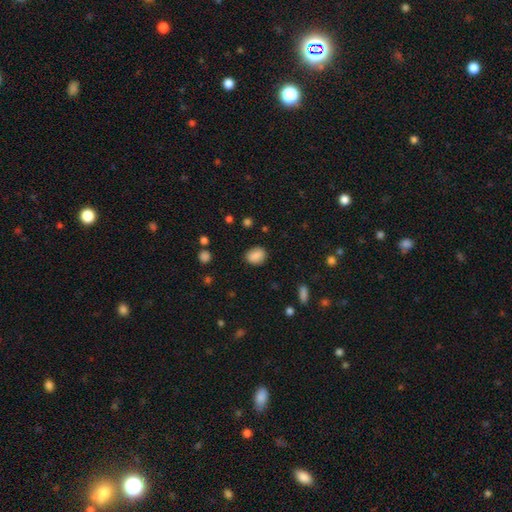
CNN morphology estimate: The model was most divided on "how rounded": in between: 59%, round: 40%, cigar-shaped: 1%. More confident: smooth or featured — smooth (85%); merging — none (82%).